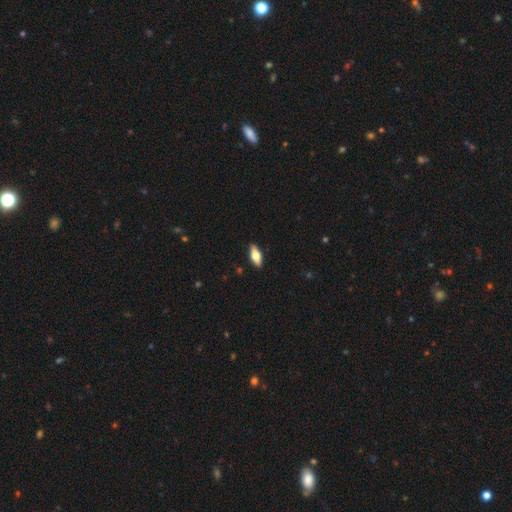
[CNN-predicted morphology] type=smooth (59%); roundness=in between (73%); merging=none (89%).